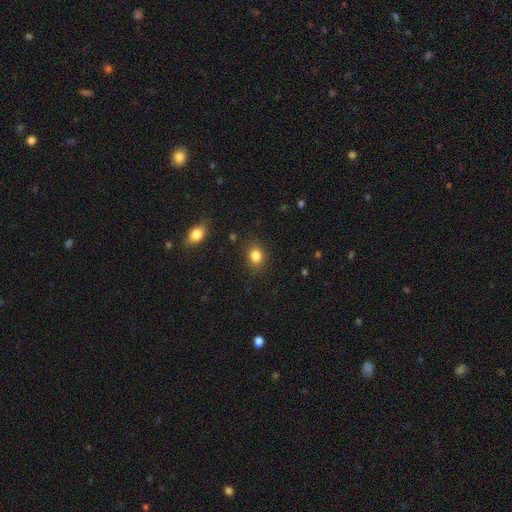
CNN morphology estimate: This appears to be a smooth galaxy with no disk features (84%) that is in between round and cigar-shaped (51%). Merging: none (85%).